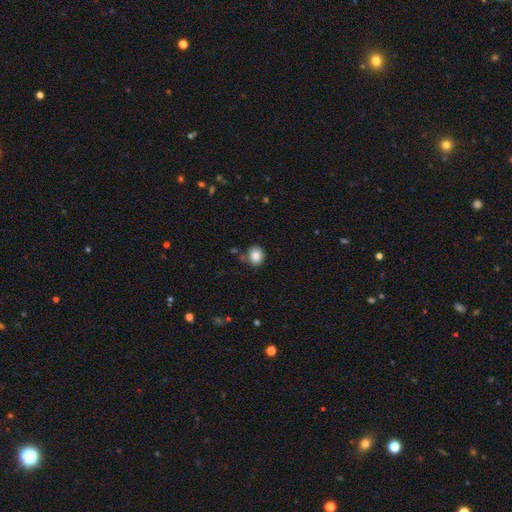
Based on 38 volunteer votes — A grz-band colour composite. It shows a smooth galaxy with no disk features (92%) that is round (86%). Merging: none (89%).